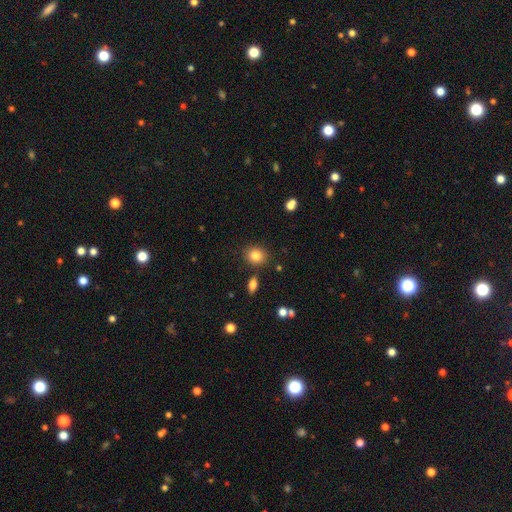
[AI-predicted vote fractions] smooth_or_featured: smooth (p=0.83) [alt: star or artifact p=0.10]
how_rounded: round (p=0.67) [alt: in between p=0.31]
merging: none (p=0.83) [alt: minor disturbance p=0.09]